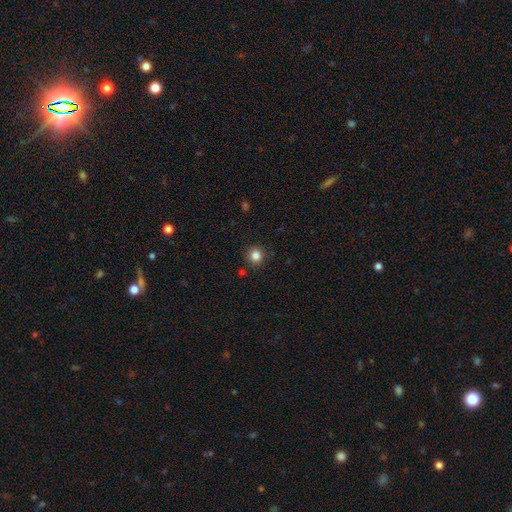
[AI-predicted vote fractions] This is clearly a smooth galaxy (84%). How rounded: clearly round (94%). Merging: clearly none (89%).